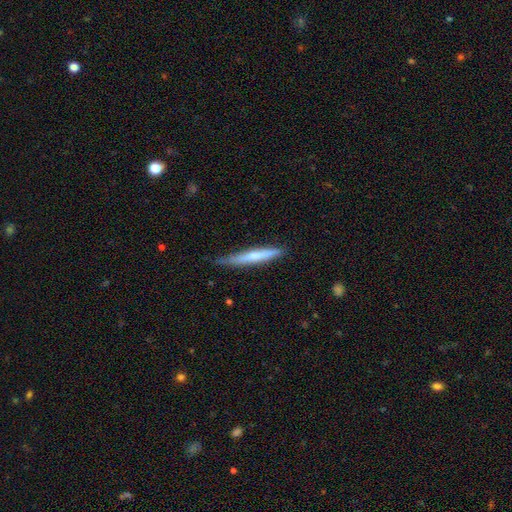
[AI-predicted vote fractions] Morphology: type=smooth (57%); roundness=cigar-shaped (95%); merging=none (72%).